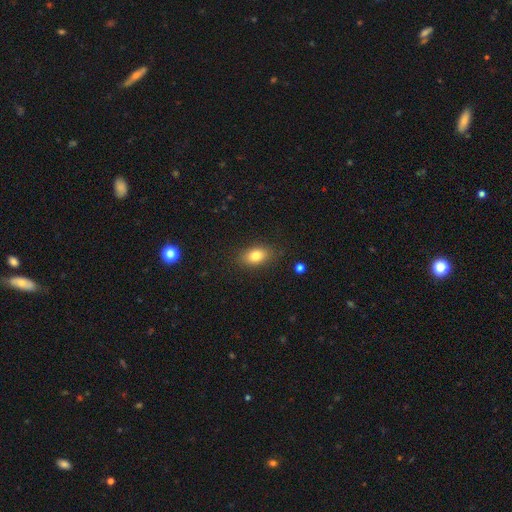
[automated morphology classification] A smooth galaxy with no disk features (81%) that is in between round and cigar-shaped (84%).

Vote fractions:
- Smooth or featured? smooth: 81% / featured or disk: 10% / star or artifact: 9%
- How rounded? in between: 84% / round: 14% / cigar-shaped: 3%
- Merging? none: 85% / minor disturbance: 11% / major disturbance: 3% / merger: 1%